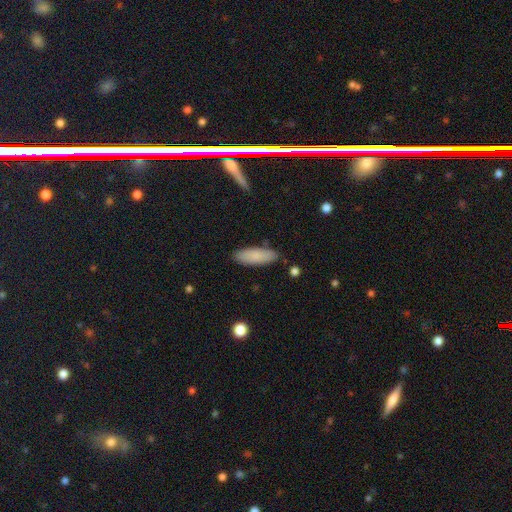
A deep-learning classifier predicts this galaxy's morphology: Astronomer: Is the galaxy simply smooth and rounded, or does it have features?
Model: smooth — 84%.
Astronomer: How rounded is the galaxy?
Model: in between — 59% (runner-up: cigar-shaped, 39%).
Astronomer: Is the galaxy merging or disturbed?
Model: none — 85%.